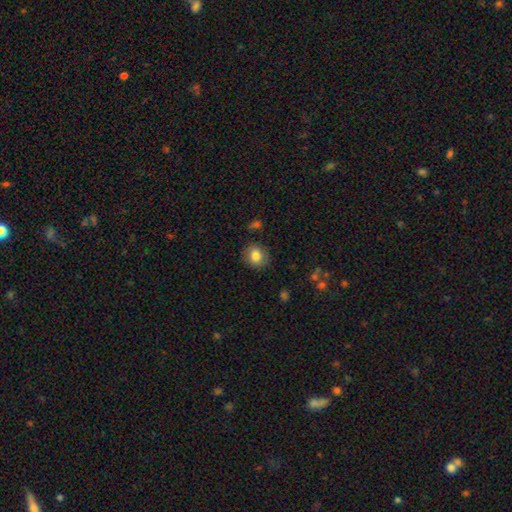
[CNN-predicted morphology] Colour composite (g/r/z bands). It shows a smooth galaxy with no disk features (82%) that is round (71%). Merging: none (84%).